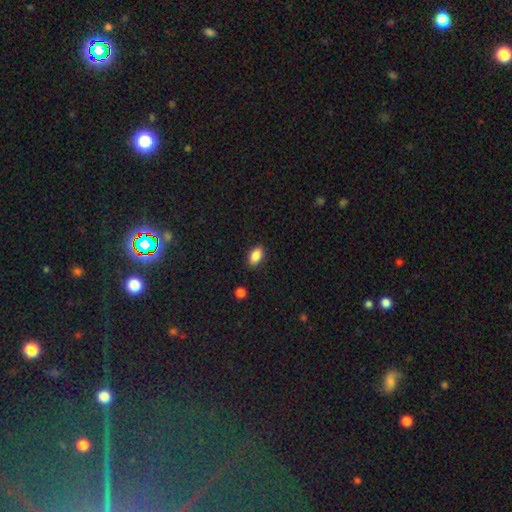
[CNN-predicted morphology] Overall: smooth (87%). How rounded: in between (91%). Merging: none (88%).